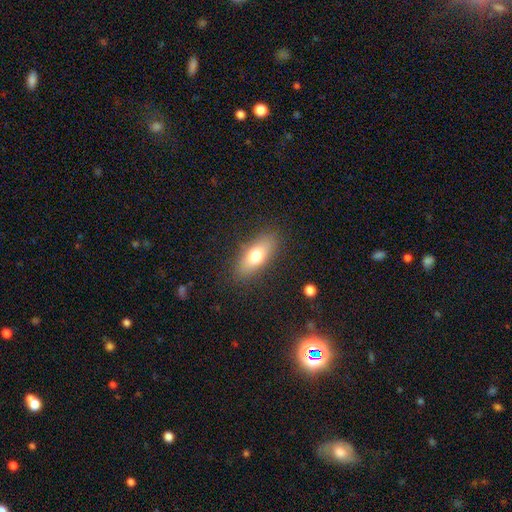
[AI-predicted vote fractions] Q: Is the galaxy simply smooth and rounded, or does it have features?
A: smooth — 70%.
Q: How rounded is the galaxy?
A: in between — 74%.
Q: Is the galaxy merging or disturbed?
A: none — 85%.